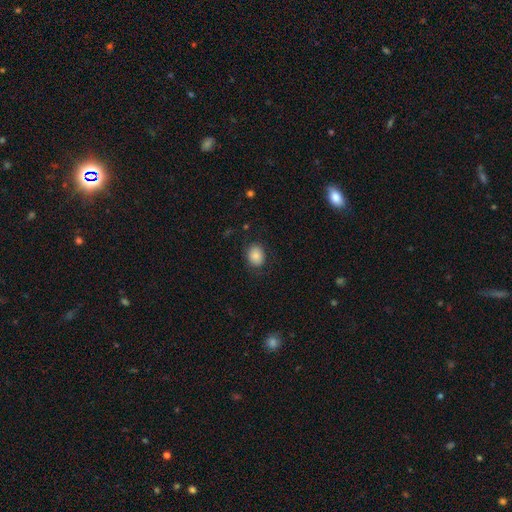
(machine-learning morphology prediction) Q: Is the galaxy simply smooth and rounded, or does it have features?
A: smooth — 86%.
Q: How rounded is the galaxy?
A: round — 50%.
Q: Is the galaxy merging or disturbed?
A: none — 80%.